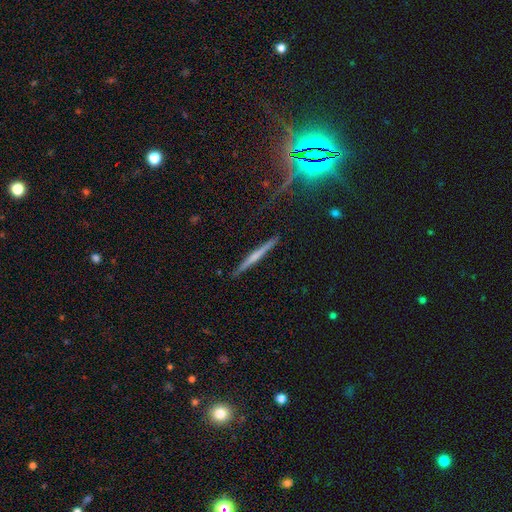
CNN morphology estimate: Smooth or featured?
  - featured or disk: 53% *
  - smooth: 38%
  - star or artifact: 9%
Edge-on disk?
  - yes: 97% *
  - no: 3%
Edge-on bulge?
  - none: 63% *
  - rounded: 27%
  - boxy: 10%
Merging?
  - none: 89% *
  - minor disturbance: 8%
  - major disturbance: 2%
  - merger: 1%